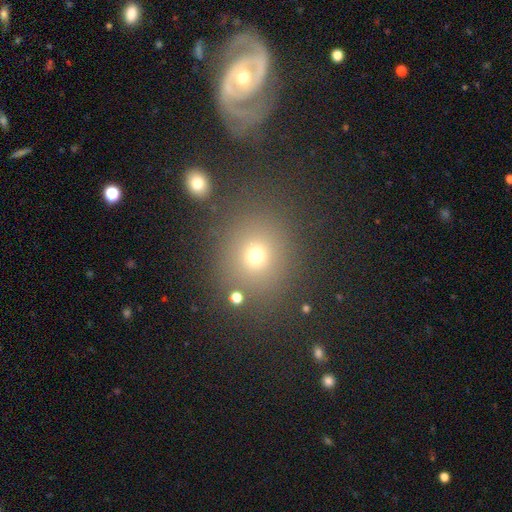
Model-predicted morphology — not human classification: The model was most divided on "smooth or featured": smooth: 69%, star or artifact: 21%, featured or disk: 9%. More confident: merging — none (81%); how rounded — round (81%).